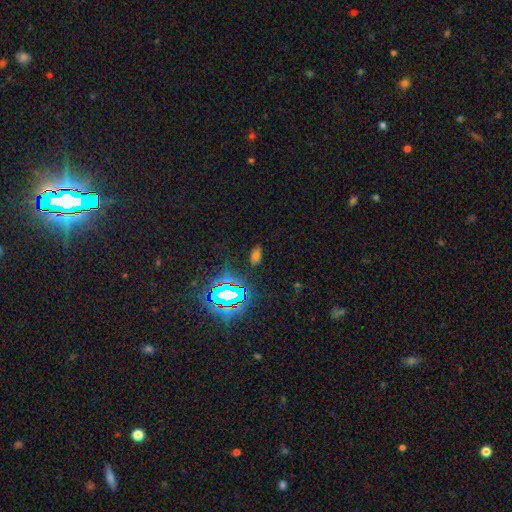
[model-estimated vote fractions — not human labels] smooth 52%, star or artifact 38%, featured or disk 10%. Down the decision tree: how rounded — in between (85%); merging — none (83%).